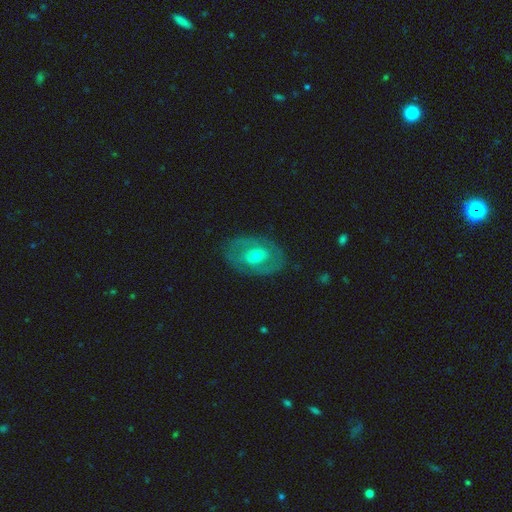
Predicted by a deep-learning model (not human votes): smooth-or-featured: featured or disk: 64% | smooth: 30% | star or artifact: 6%
  disk-edge-on: no: 94% | yes: 6%
    bar: no: 54% | weak: 32% | strong: 13%
    has-spiral-arms: no: 56% | yes: 44%
    bulge-size: moderate: 62% | small: 32% | large: 4% | none: 1% | dominant: 1%
  merging: none: 79% | minor disturbance: 14% | major disturbance: 5% | merger: 1%